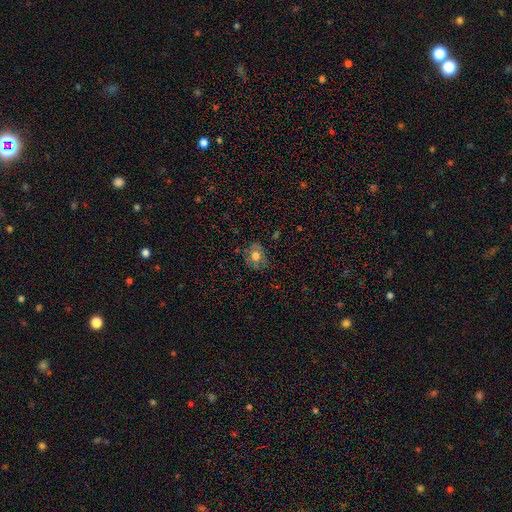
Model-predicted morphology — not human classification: This is likely a smooth galaxy (67%). How rounded: possibly round (58%). Merging: likely none (72%).